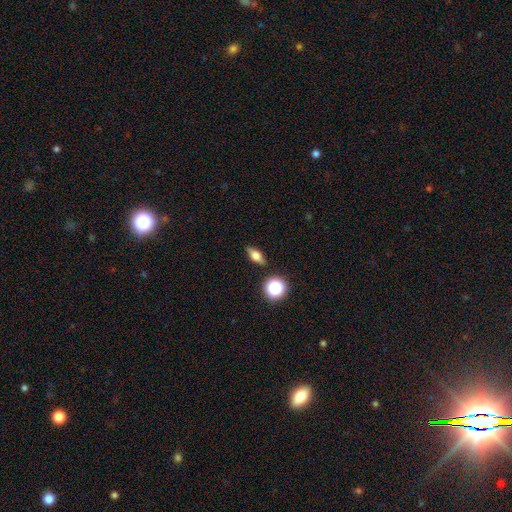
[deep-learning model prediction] Smooth or featured? smooth (58%)
How rounded? in between (60%)
Merging? none (87%)